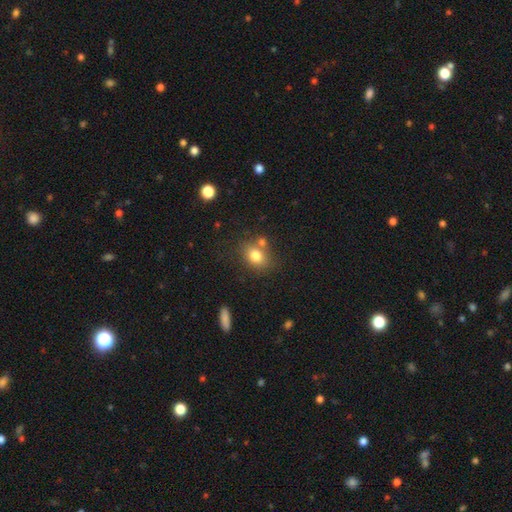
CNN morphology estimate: The model was most divided on "how rounded": in between: 55%, round: 44%, cigar-shaped: 1%. More confident: smooth or featured — smooth (78%); merging — none (63%).